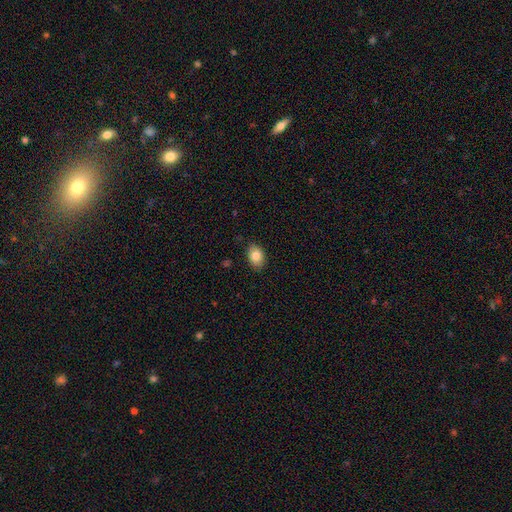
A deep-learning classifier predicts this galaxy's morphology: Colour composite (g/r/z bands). It shows a smooth galaxy with no disk features (84%) that is in between round and cigar-shaped (82%). Merging: none (85%).